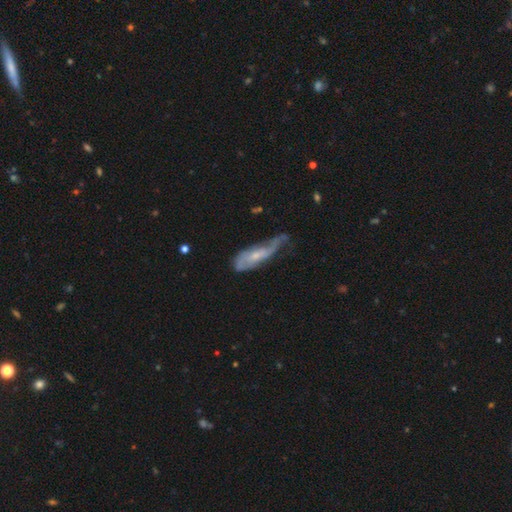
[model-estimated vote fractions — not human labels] Smooth or featured: featured or disk — 59% (smooth — 33%)
Edge-on disk: no — 77% (yes — 23%)
Merging: minor disturbance — 36% (major disturbance — 33%)